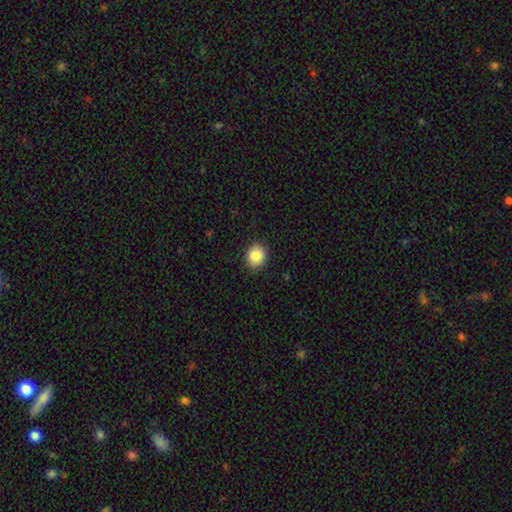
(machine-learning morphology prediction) Smooth or featured? smooth (87%)
How rounded? round (71%)
Merging? none (90%)